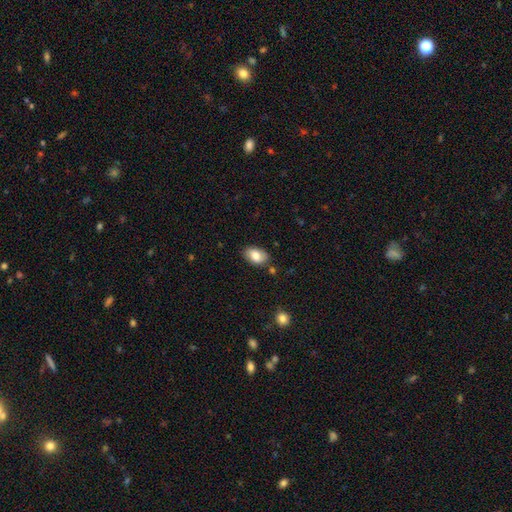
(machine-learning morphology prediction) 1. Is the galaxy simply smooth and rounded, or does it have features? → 81% smooth, 12% featured or disk, 7% star or artifact.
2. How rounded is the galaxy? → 89% in between, 10% round, 1% cigar-shaped.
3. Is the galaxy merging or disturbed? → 82% none, 13% minor disturbance, 3% merger, 2% major disturbance.